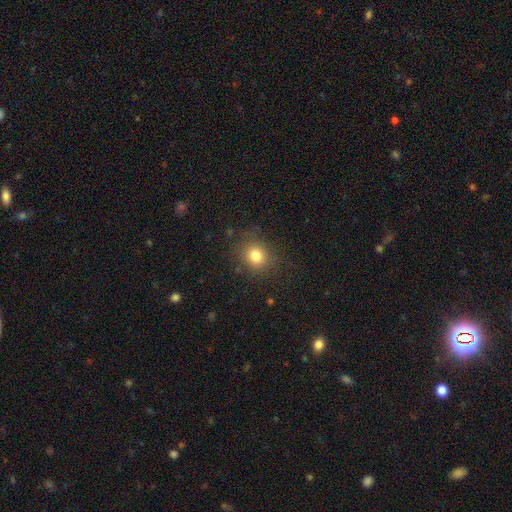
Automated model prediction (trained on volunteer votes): This appears to be a smooth galaxy with no disk features (80%) that is round (77%). Merging: none (84%).